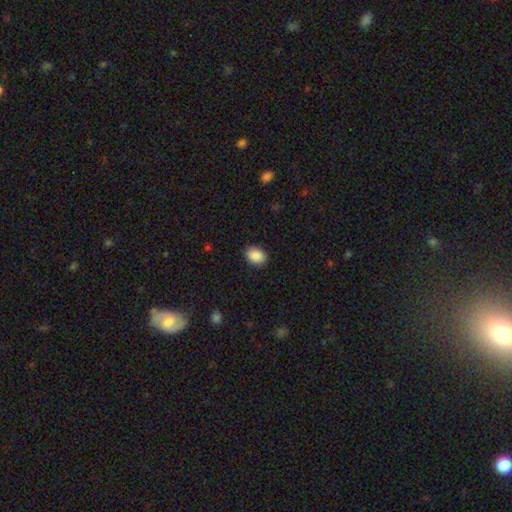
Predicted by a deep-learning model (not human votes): Morphology: type=smooth (90%); roundness=in between (73%); merging=none (90%).